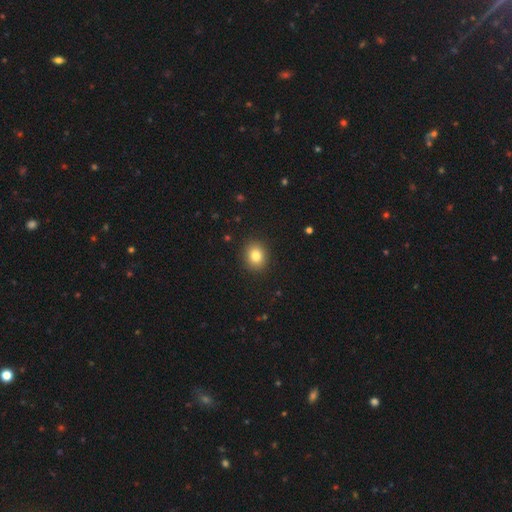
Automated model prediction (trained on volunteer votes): A smooth galaxy with no disk features (82%) that is round (68%).

Vote fractions:
- Smooth or featured? smooth: 82% / star or artifact: 10% / featured or disk: 8%
- How rounded? round: 68% / in between: 31% / cigar-shaped: 1%
- Merging? none: 91% / minor disturbance: 6% / major disturbance: 2% / merger: 1%